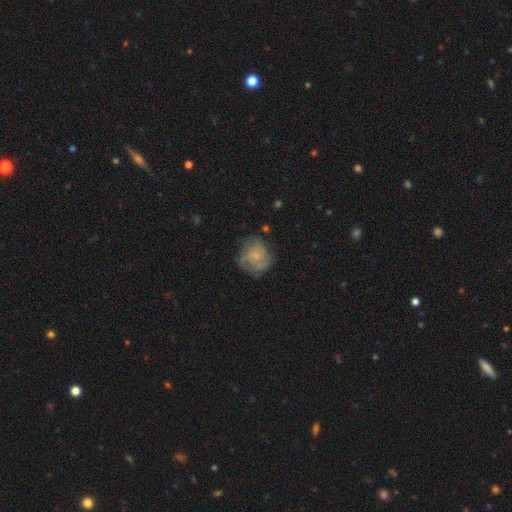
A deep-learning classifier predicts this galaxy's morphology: Smooth or featured?
  - featured or disk: 57% *
  - smooth: 34%
  - star or artifact: 9%
Edge-on disk?
  - no: 98% *
  - yes: 2%
Bar?
  - no: 81% *
  - weak: 17%
  - strong: 2%
Spiral arms?
  - yes: 77% *
  - no: 23%
Bulge size?
  - small: 69% *
  - none: 16%
  - moderate: 13%
  - large: 1%
  - dominant: 1%
Merging?
  - none: 61% *
  - minor disturbance: 24%
  - major disturbance: 14%
  - merger: 2%